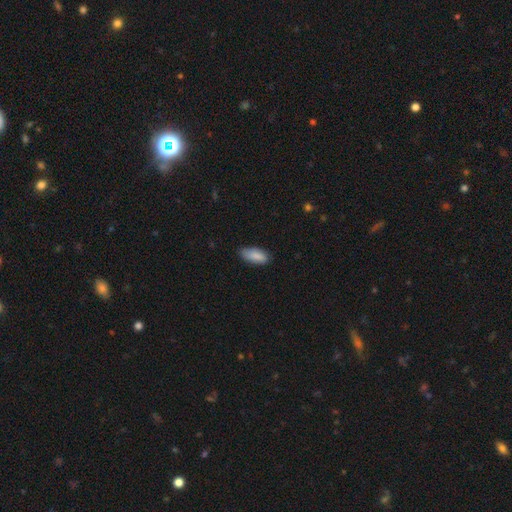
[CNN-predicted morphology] smooth-or-featured: smooth: 86% | featured or disk: 7% | star or artifact: 6%
  how-rounded: in between: 85% | cigar-shaped: 13% | round: 2%
  merging: none: 75% | minor disturbance: 21% | major disturbance: 3% | merger: 1%